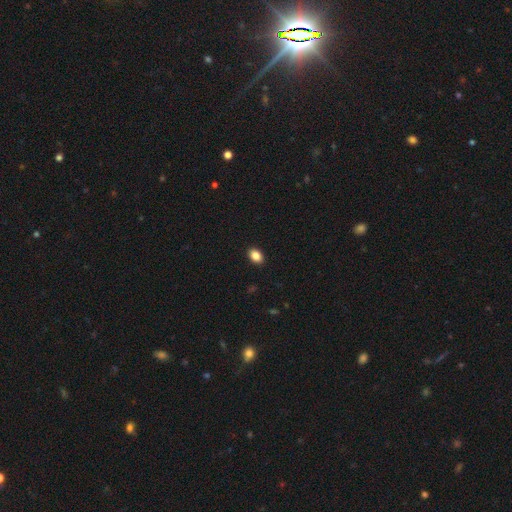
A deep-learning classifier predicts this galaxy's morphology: This is clearly a smooth galaxy (88%). How rounded: clearly in between (82%). Merging: clearly none (91%).